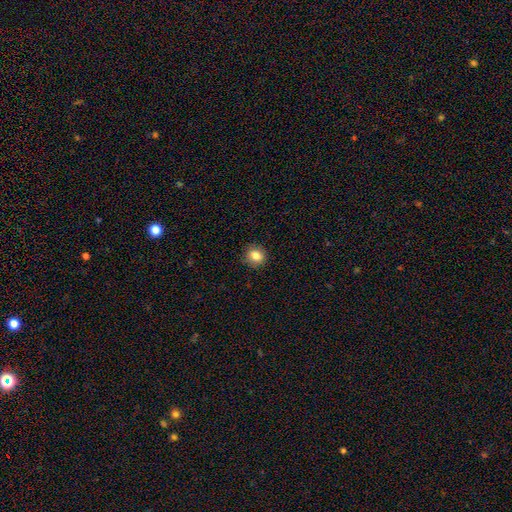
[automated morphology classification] Q: Smooth or featured?
A: smooth (84%); runner-up: star or artifact (10%)
Q: How rounded?
A: round (79%); runner-up: in between (21%)
Q: Merging?
A: none (89%); runner-up: minor disturbance (8%)